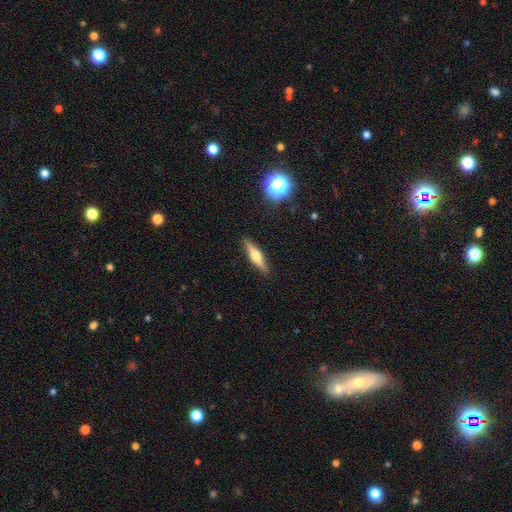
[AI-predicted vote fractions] Smooth or featured? featured or disk (55%)
Edge-on disk? yes (95%)
Edge-on bulge? rounded (92%)
Merging? none (90%)